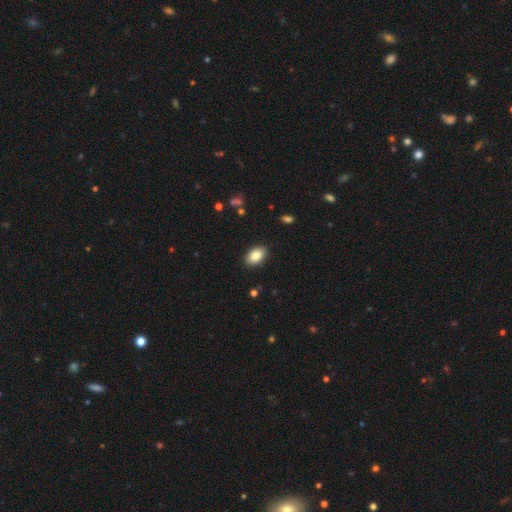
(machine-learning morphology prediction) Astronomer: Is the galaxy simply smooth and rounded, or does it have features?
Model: smooth — 86%.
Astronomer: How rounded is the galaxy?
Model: in between — 89%.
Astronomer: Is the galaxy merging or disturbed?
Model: none — 89%.